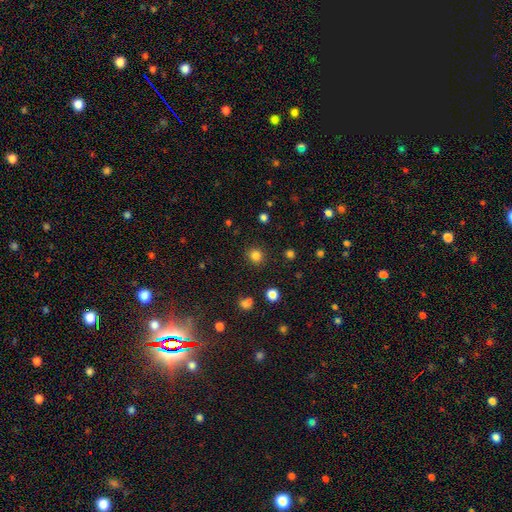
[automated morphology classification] smooth 83%, star or artifact 13%, featured or disk 4%. Down the decision tree: how rounded — round (87%); merging — none (89%).